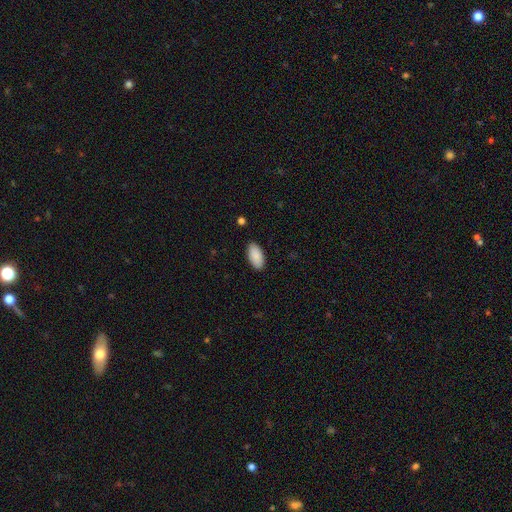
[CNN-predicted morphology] This appears to be a smooth galaxy with no disk features (90%) that is in between round and cigar-shaped (95%). Merging: none (89%).